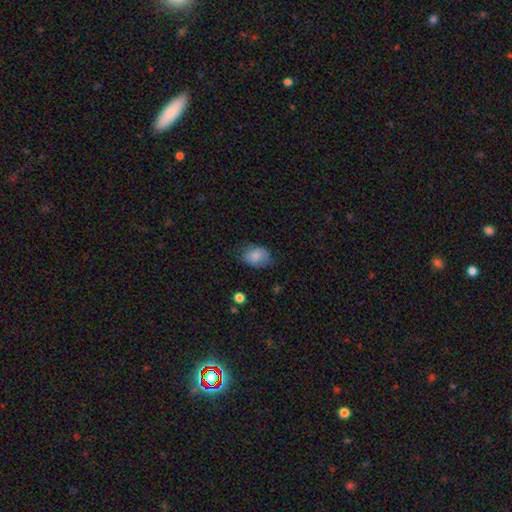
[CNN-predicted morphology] Overall: smooth (82%). How rounded: in between (74%). Merging: none (65%; minor disturbance 26%).